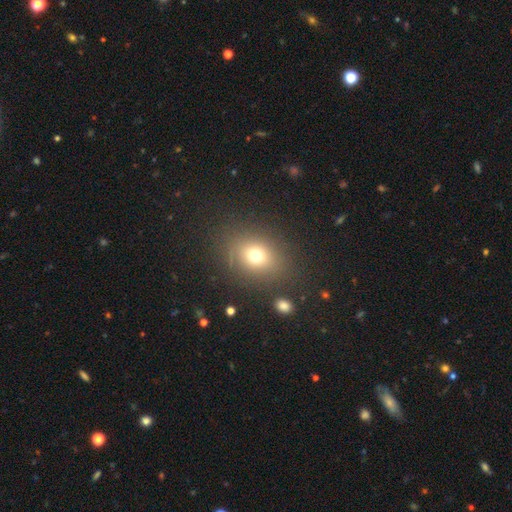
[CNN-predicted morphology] A smooth galaxy with no disk features (70%) that is round (58%).

Vote fractions:
- Smooth or featured? smooth: 70% / star or artifact: 18% / featured or disk: 12%
- How rounded? round: 58% / in between: 41% / cigar-shaped: 1%
- Merging? none: 81% / minor disturbance: 10% / major disturbance: 6% / merger: 3%